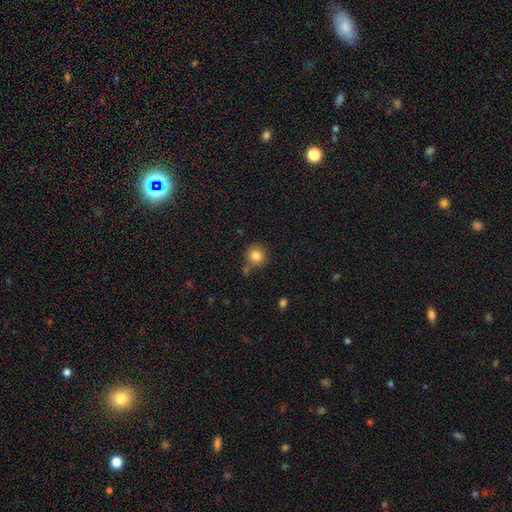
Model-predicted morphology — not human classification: Overall: smooth (83%). How rounded: round (90%). Merging: none (76%).